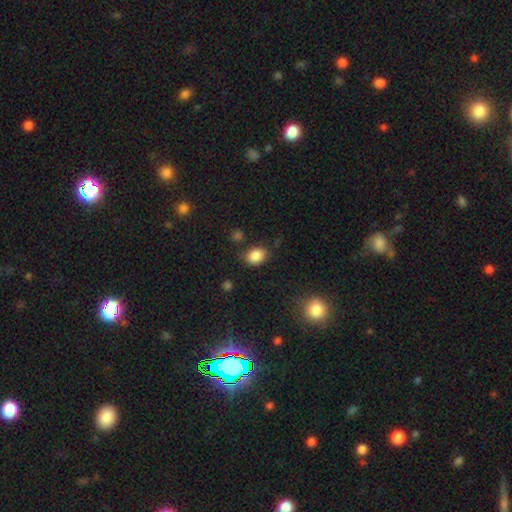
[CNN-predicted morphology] Smooth or featured? smooth (85%)
How rounded? in between (60%)
Merging? none (76%)